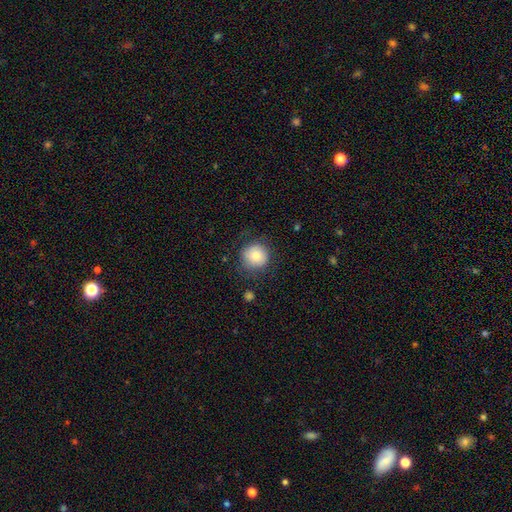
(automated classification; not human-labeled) This is clearly a smooth galaxy (84%). How rounded: clearly round (92%). Merging: likely none (78%).